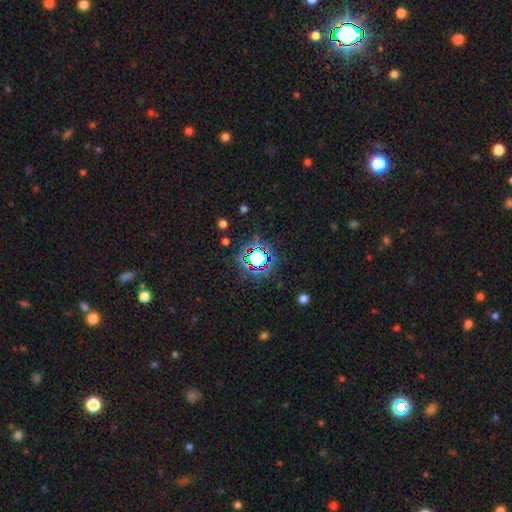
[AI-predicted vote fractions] star or artifact 66%, smooth 23%, featured or disk 12%.